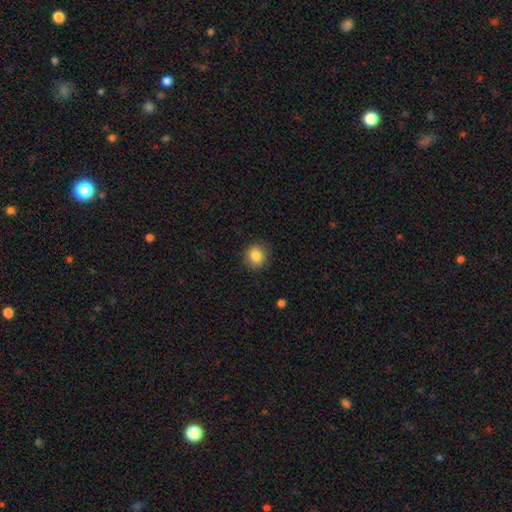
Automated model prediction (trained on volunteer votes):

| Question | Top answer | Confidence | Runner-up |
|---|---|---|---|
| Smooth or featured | smooth | 84% | star or artifact (10%) |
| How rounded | round | 82% | in between (17%) |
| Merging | none | 88% | minor disturbance (9%) |